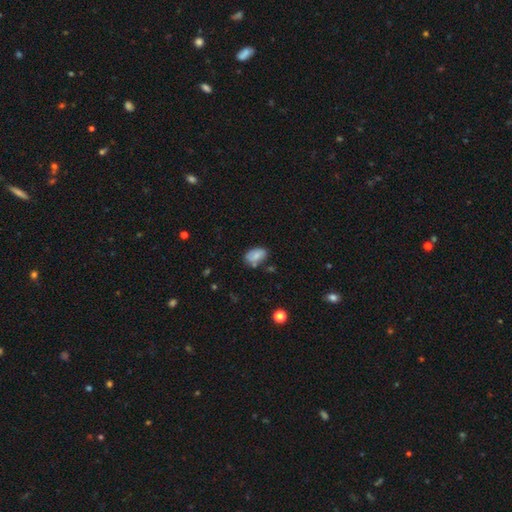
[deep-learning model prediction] Smooth or featured: smooth — 76% (featured or disk — 15%)
How rounded: in between — 91% (round — 7%)
Merging: none — 65% (minor disturbance — 22%)